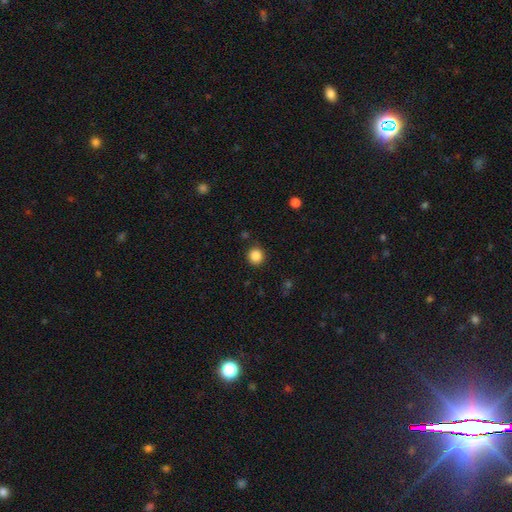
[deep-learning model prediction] Smooth or featured?
  - smooth: 86% *
  - star or artifact: 11%
  - featured or disk: 3%
How rounded?
  - round: 93% *
  - in between: 6%
  - cigar-shaped: 1%
Merging?
  - none: 89% *
  - minor disturbance: 7%
  - major disturbance: 2%
  - merger: 2%